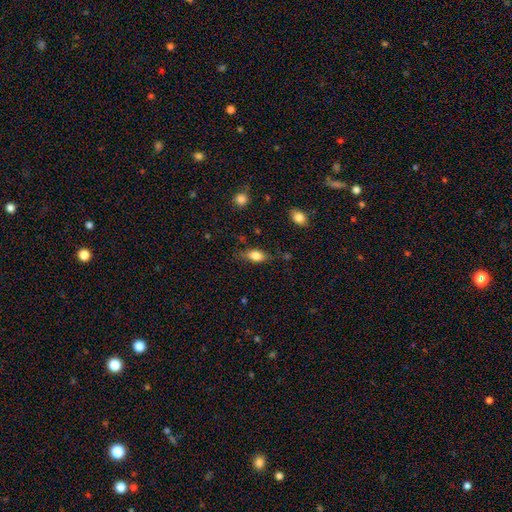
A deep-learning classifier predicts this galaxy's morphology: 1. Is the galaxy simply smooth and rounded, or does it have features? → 78% smooth, 14% featured or disk, 8% star or artifact.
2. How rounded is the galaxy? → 83% in between, 10% cigar-shaped, 8% round.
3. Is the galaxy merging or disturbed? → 69% none, 22% minor disturbance, 7% major disturbance, 2% merger.